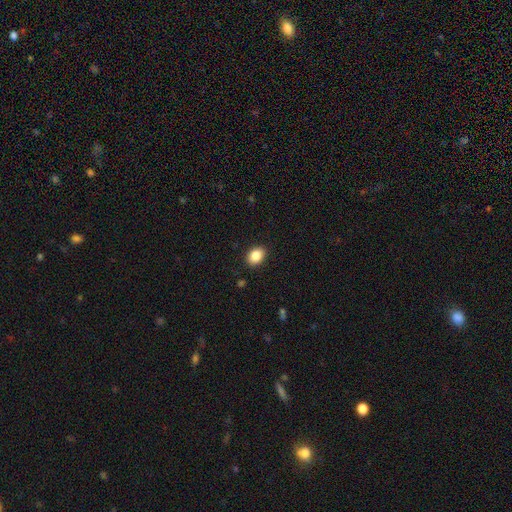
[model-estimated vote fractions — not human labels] smooth_or_featured: smooth (p=0.87) [alt: star or artifact p=0.08]
how_rounded: in between (p=0.66) [alt: round p=0.33]
merging: none (p=0.89) [alt: minor disturbance p=0.07]